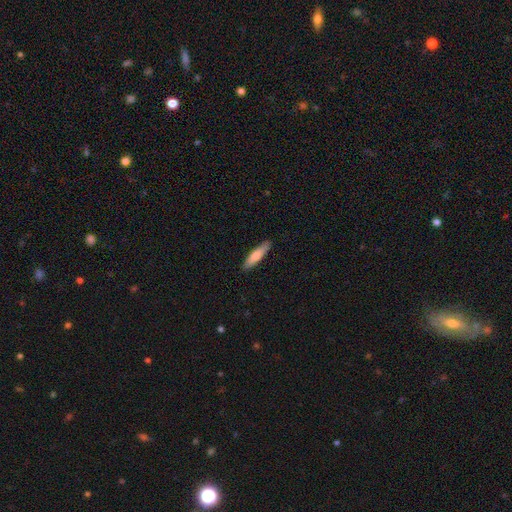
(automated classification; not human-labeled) smooth_or_featured: smooth (p=0.72) [alt: featured or disk p=0.23]
how_rounded: cigar-shaped (p=0.81) [alt: in between p=0.18]
merging: none (p=0.89) [alt: minor disturbance p=0.08]